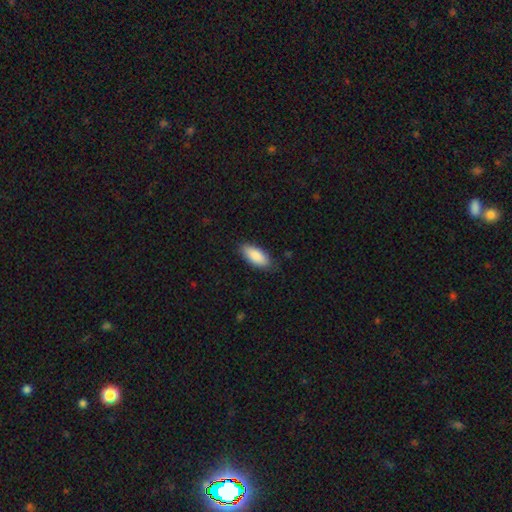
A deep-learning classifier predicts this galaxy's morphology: This appears to be a smooth galaxy with no disk features (88%) that is in between round and cigar-shaped (83%). Merging: none (82%).